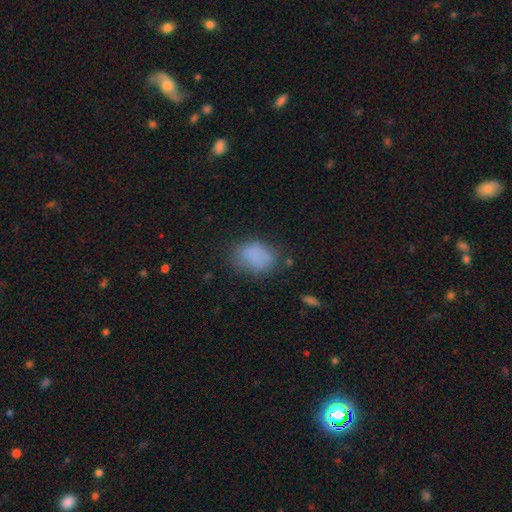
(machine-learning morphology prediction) Smooth or featured? Predicted: smooth (p=0.81). How rounded? Predicted: in between (p=0.70). Merging? Predicted: none (p=0.61).